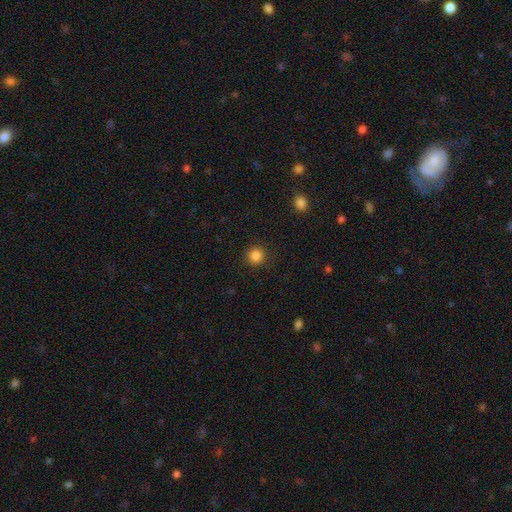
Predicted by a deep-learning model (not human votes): A smooth galaxy with no disk features (85%) that is round (95%). Merging: none (90%).